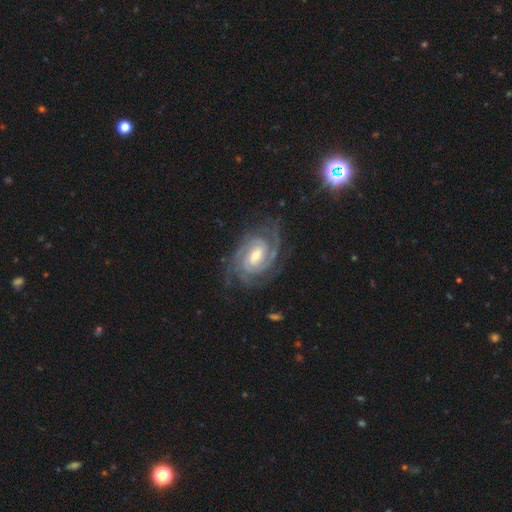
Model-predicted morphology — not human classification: This is clearly a featured or disk galaxy (93%). It is clearly not viewed edge-on (98%). Bar: possibly weak (49%). Spiral arm pattern: clearly yes (99%). Spiral arm count: marginally 2 (40%). Spiral winding: likely tight (69%). Central bulge: possibly moderate (55%). Merging: likely none (78%).